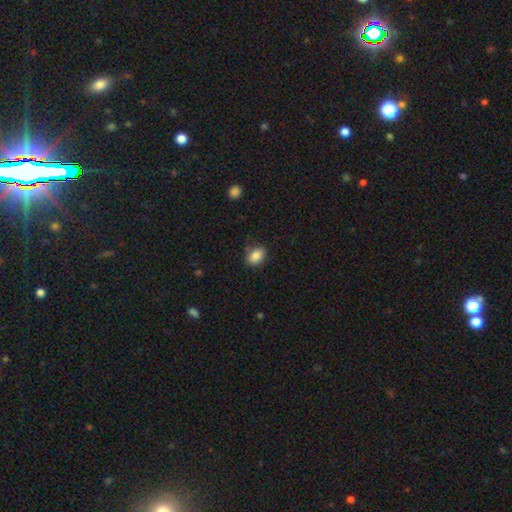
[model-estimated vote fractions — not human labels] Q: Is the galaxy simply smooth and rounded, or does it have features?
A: smooth — 86%.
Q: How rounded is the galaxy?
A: in between — 80%.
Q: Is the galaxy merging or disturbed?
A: none — 80%.